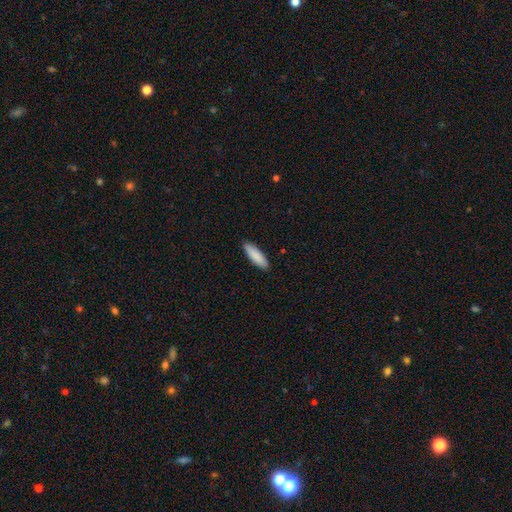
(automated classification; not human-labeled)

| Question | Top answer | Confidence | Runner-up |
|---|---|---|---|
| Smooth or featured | smooth | 89% | featured or disk (6%) |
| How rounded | cigar-shaped | 58% | in between (40%) |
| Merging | none | 91% | minor disturbance (7%) |